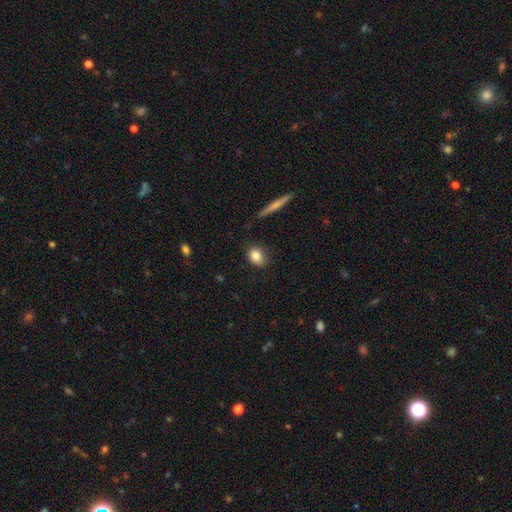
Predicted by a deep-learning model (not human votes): Smooth or featured? Predicted: smooth (p=0.84). How rounded? Predicted: in between (p=0.59). Merging? Predicted: none (p=0.80).